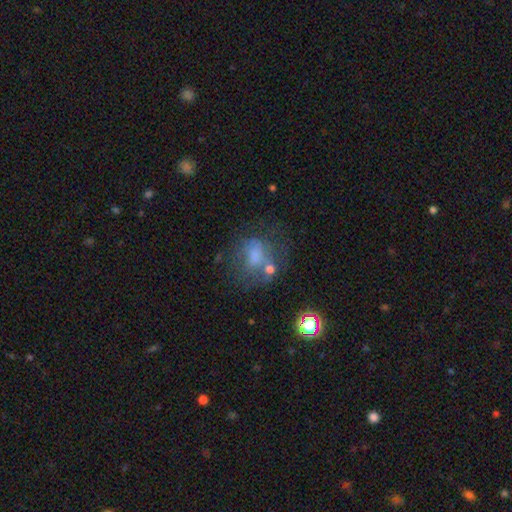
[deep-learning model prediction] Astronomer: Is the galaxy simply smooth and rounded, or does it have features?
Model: smooth — 46% (runner-up: featured or disk, 36%).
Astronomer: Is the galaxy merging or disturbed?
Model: none — 39% (runner-up: major disturbance, 27%).